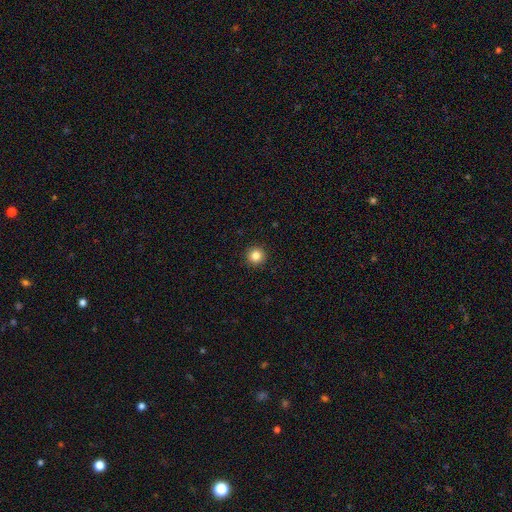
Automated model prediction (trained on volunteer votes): smooth_or_featured: smooth (p=0.85) [alt: star or artifact p=0.11]
how_rounded: round (p=0.96) [alt: in between p=0.03]
merging: none (p=0.93) [alt: minor disturbance p=0.04]